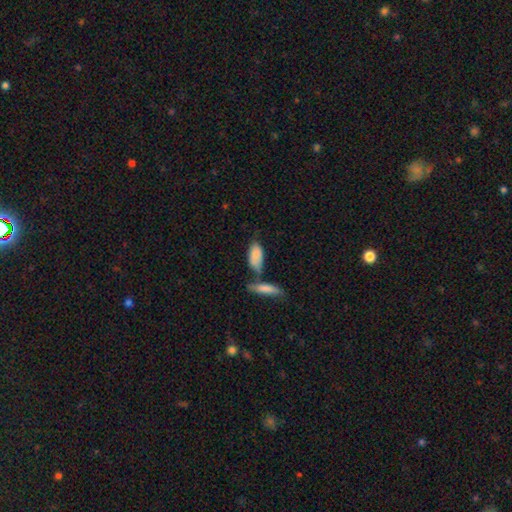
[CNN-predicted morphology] type=smooth (82%); roundness=in between (84%); merging=merger (39%).